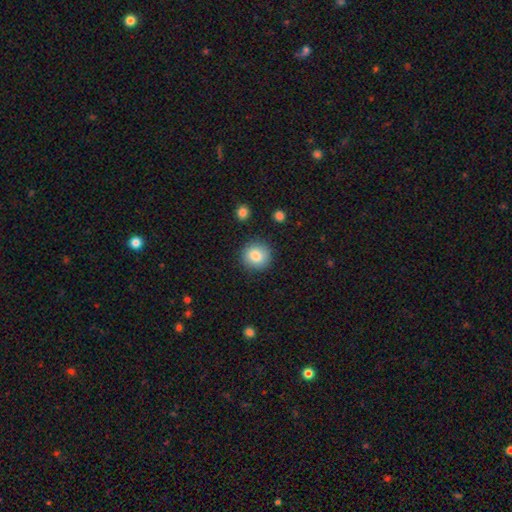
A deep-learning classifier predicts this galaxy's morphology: smooth-or-featured: smooth: 83% | star or artifact: 9% | featured or disk: 8%
  how-rounded: round: 90% | in between: 9% | cigar-shaped: 1%
  merging: none: 88% | minor disturbance: 8% | major disturbance: 2% | merger: 2%